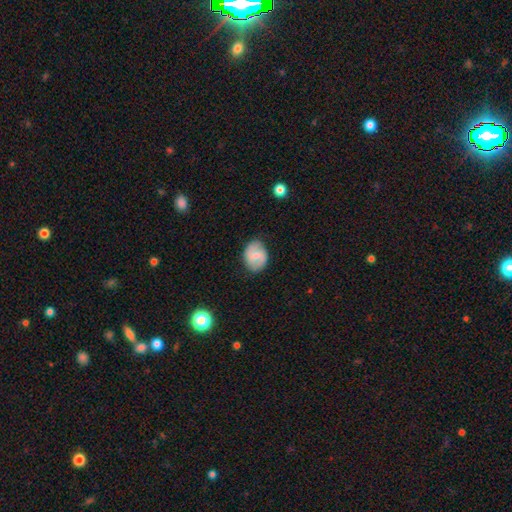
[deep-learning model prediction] A smooth galaxy with no disk features (55%) that is in between round and cigar-shaped (58%). Merging: none (78%).